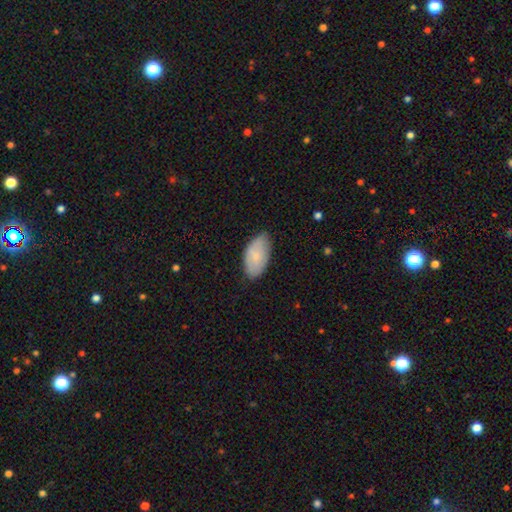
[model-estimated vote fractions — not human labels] A smooth galaxy with no disk features (73%) that is in between round and cigar-shaped (95%).

Vote fractions:
- Smooth or featured? smooth: 73% / featured or disk: 21% / star or artifact: 6%
- How rounded? in between: 95% / round: 3% / cigar-shaped: 2%
- Merging? none: 71% / minor disturbance: 24% / major disturbance: 3% / merger: 1%